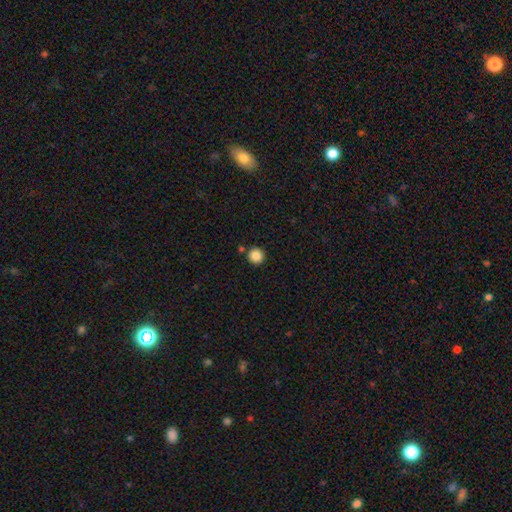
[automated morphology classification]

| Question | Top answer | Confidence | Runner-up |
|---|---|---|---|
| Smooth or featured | smooth | 86% | star or artifact (10%) |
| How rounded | round | 96% | in between (3%) |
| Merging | none | 87% | minor disturbance (6%) |